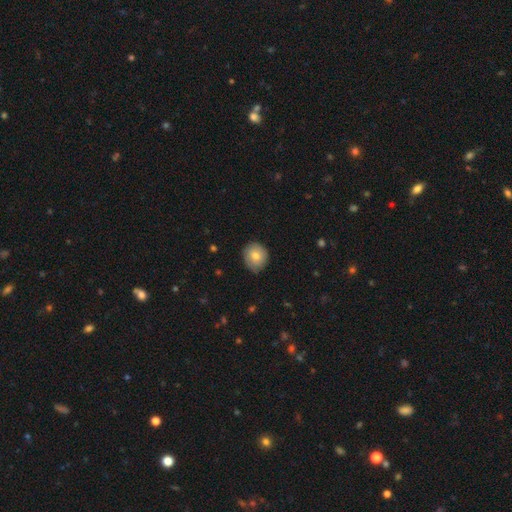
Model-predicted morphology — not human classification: type=smooth (77%); roundness=round (78%); merging=none (79%).